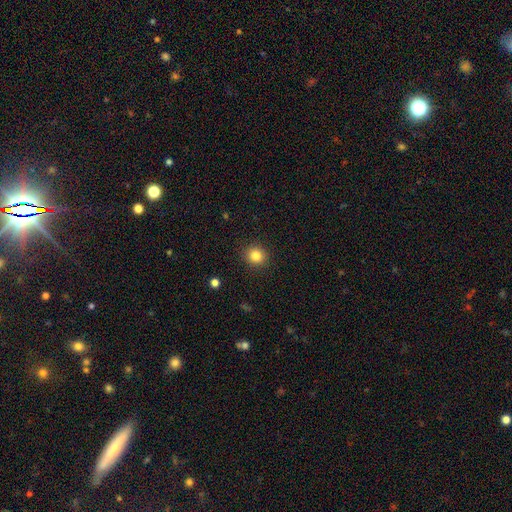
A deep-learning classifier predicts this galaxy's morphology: A smooth galaxy with no disk features (84%) that is round (89%). Merging: none (91%).